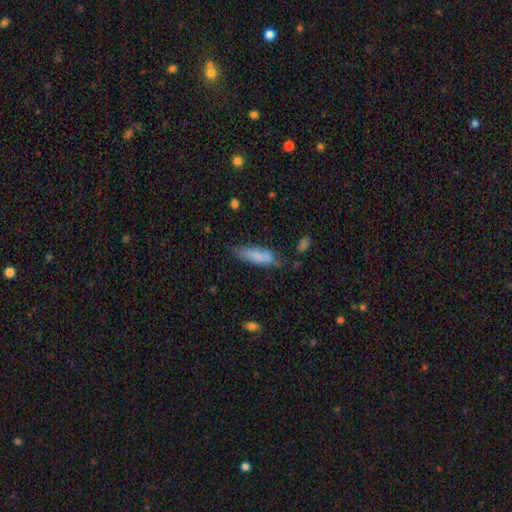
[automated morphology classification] Smooth or featured?
  - smooth: 80% *
  - featured or disk: 13%
  - star or artifact: 7%
How rounded?
  - cigar-shaped: 50% *
  - in between: 49%
  - round: 2%
Merging?
  - none: 61% *
  - minor disturbance: 28%
  - major disturbance: 7%
  - merger: 4%